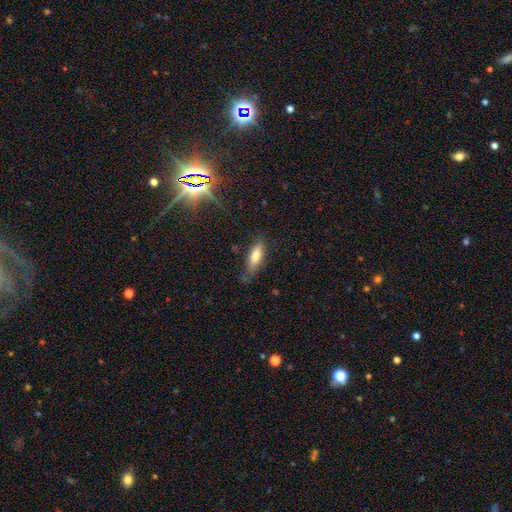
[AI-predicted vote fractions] smooth-or-featured: smooth: 72% | featured or disk: 21% | star or artifact: 8%
  how-rounded: in between: 54% | cigar-shaped: 44% | round: 2%
  merging: none: 76% | minor disturbance: 18% | major disturbance: 4% | merger: 2%